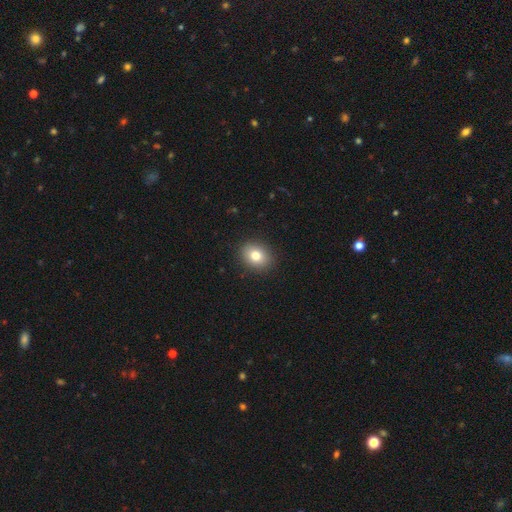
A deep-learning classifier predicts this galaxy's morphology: Smooth or featured: smooth — 80% (star or artifact — 10%)
How rounded: in between — 53% (round — 46%)
Merging: none — 90% (minor disturbance — 7%)